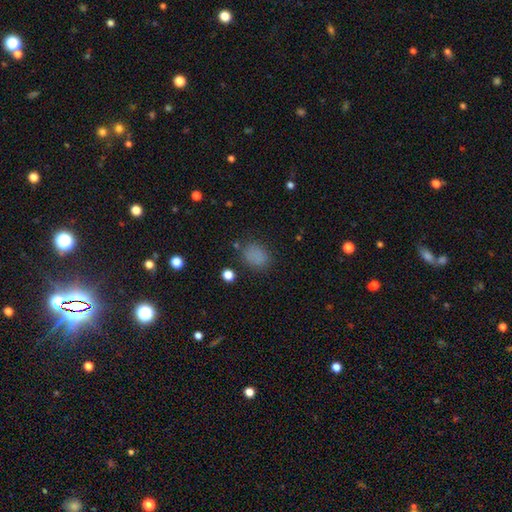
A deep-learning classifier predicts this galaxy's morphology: Smooth or featured? smooth (80%)
How rounded? in between (54%)
Merging? none (79%)